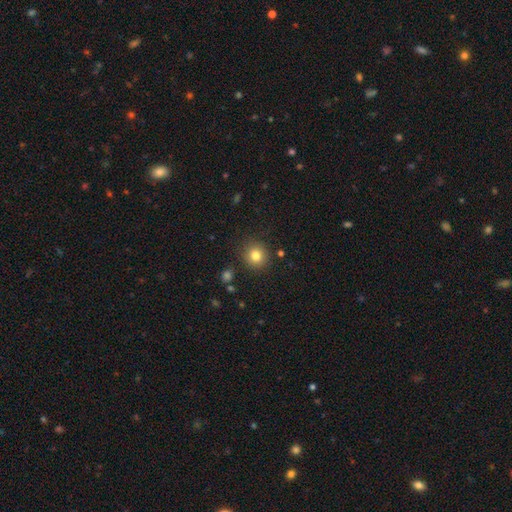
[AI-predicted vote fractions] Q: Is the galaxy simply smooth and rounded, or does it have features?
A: smooth — 81%.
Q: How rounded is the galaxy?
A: round — 91%.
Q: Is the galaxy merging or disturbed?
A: none — 88%.